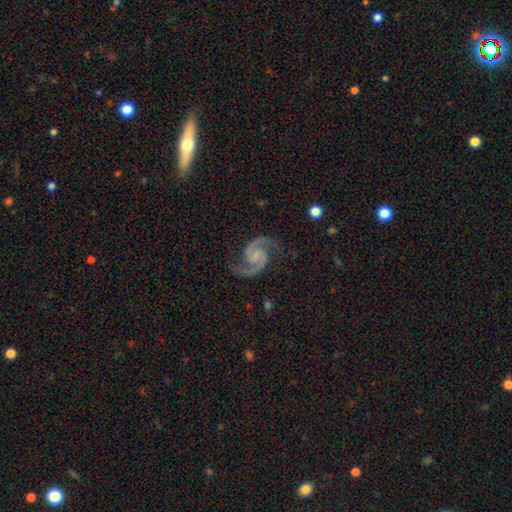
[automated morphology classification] smooth-or-featured: featured or disk: 94% | star or artifact: 4% | smooth: 2%
  disk-edge-on: no: 99% | yes: 1%
    bar: no: 54% | weak: 35% | strong: 11%
    has-spiral-arms: yes: 99% | no: 1%
      spiral-winding: medium: 64% | tight: 19% | loose: 16%
      spiral-arm-count: 2: 95% | 3: 1% | can't tell: 1% | 1: 1% | 4: 1% | more than 4: 1%
    bulge-size: none: 50% | small: 34% | moderate: 13% | large: 2% | dominant: 1%
  merging: none: 82% | minor disturbance: 13% | major disturbance: 4% | merger: 1%